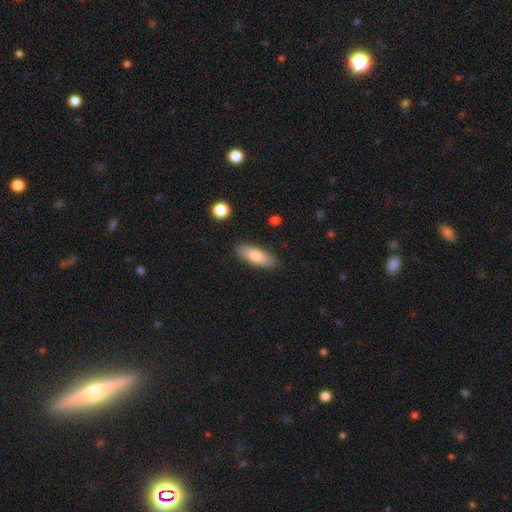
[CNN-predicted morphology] A smooth galaxy with no disk features (76%) that is in between round and cigar-shaped (66%). Merging: none (86%).